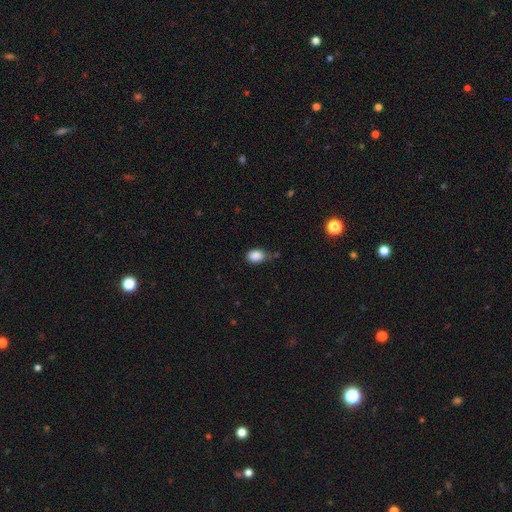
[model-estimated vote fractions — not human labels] Smooth or featured: smooth — 87% (star or artifact — 9%)
How rounded: in between — 69% (round — 29%)
Merging: none — 60% (minor disturbance — 30%)